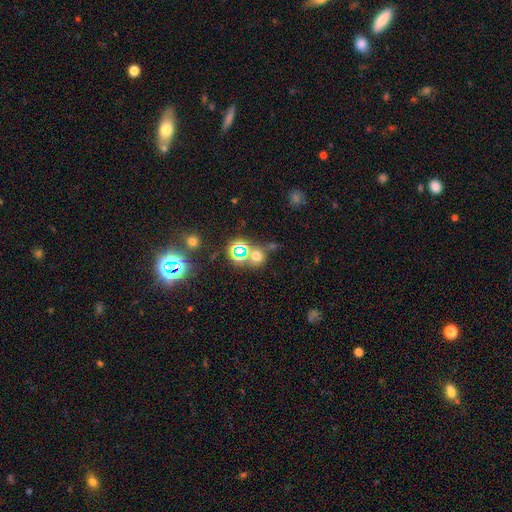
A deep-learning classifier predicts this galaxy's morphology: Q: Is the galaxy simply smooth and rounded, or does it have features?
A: smooth — 55%.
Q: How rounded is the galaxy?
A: round — 82%.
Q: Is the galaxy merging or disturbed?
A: none — 61%.